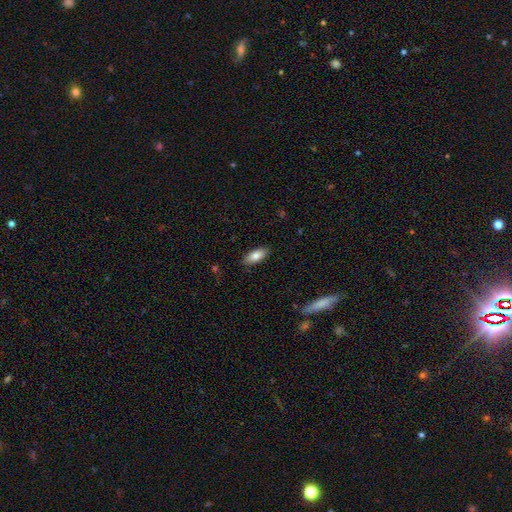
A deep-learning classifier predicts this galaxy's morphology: Q: Smooth or featured?
A: smooth (81%); runner-up: featured or disk (13%)
Q: How rounded?
A: in between (83%); runner-up: cigar-shaped (15%)
Q: Merging?
A: none (88%); runner-up: minor disturbance (9%)